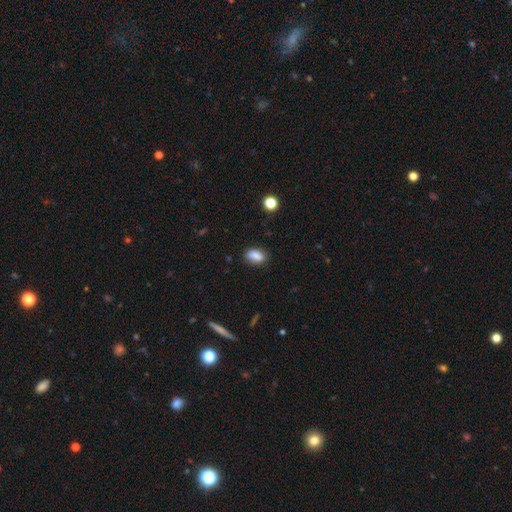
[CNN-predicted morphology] A smooth galaxy with no disk features (85%) that is in between round and cigar-shaped (85%).

Vote fractions:
- Smooth or featured? smooth: 85% / star or artifact: 9% / featured or disk: 6%
- How rounded? in between: 85% / round: 12% / cigar-shaped: 3%
- Merging? none: 75% / minor disturbance: 18% / major disturbance: 4% / merger: 3%